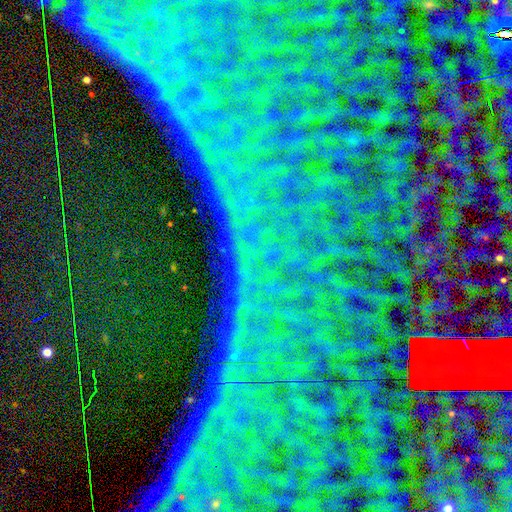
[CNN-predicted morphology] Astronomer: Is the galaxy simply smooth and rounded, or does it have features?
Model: star or artifact — 85%.